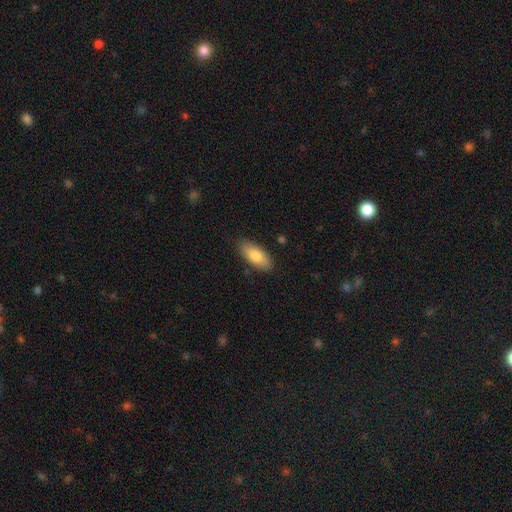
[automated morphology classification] smooth_or_featured: smooth (p=0.79) [alt: featured or disk p=0.15]
how_rounded: in between (p=0.85) [alt: cigar-shaped p=0.13]
merging: none (p=0.86) [alt: minor disturbance p=0.11]